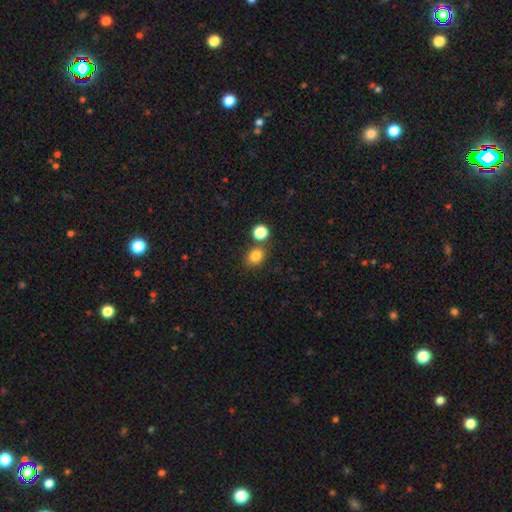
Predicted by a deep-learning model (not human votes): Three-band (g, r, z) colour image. It shows a smooth galaxy with no disk features (82%) that is round (58%). Merging: none (72%).